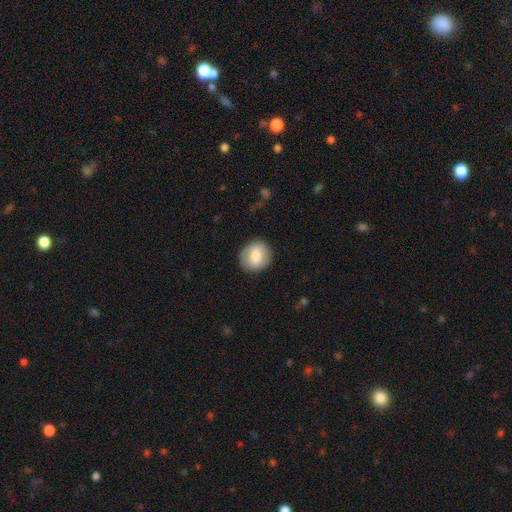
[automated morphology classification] This appears to be a smooth galaxy with no disk features (72%) that is round (81%). Merging: none (86%).